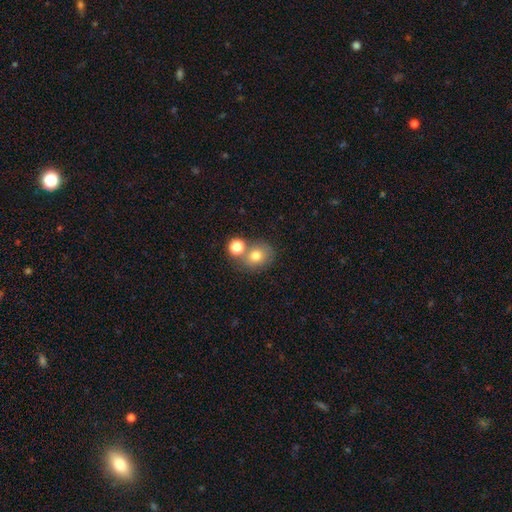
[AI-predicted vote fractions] This is likely a smooth galaxy (75%). How rounded: likely round (72%). Merging: possibly none (60%).